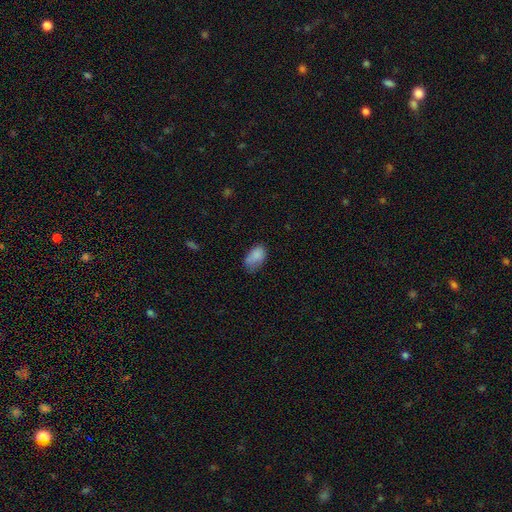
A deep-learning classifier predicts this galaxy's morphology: Smooth or featured: smooth — 84% (star or artifact — 9%)
How rounded: in between — 91% (round — 7%)
Merging: none — 49% (minor disturbance — 36%)